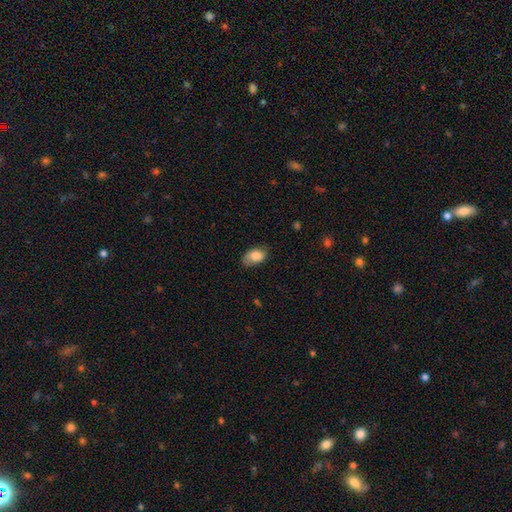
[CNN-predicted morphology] smooth 81%, featured or disk 12%, star or artifact 7%. Down the decision tree: how rounded — in between (91%); merging — none (67%).